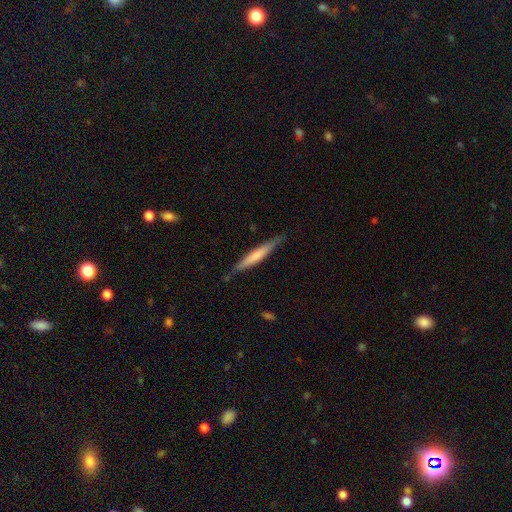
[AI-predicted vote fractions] smooth-or-featured: smooth: 57% | featured or disk: 38% | star or artifact: 5%
  how-rounded: cigar-shaped: 94% | in between: 4% | round: 1%
  merging: none: 84% | minor disturbance: 12% | major disturbance: 2% | merger: 1%